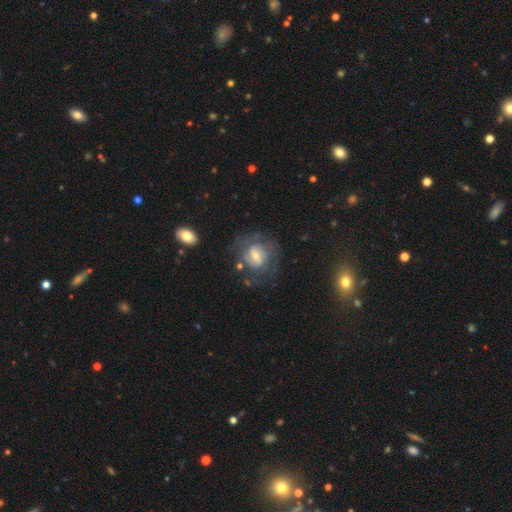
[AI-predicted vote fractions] Morphology: type=featured or disk (65%); edge-on=no (97%); bar=no (46%); spiral arms=yes (75%); bulge=small (48%); merging=none (63%).